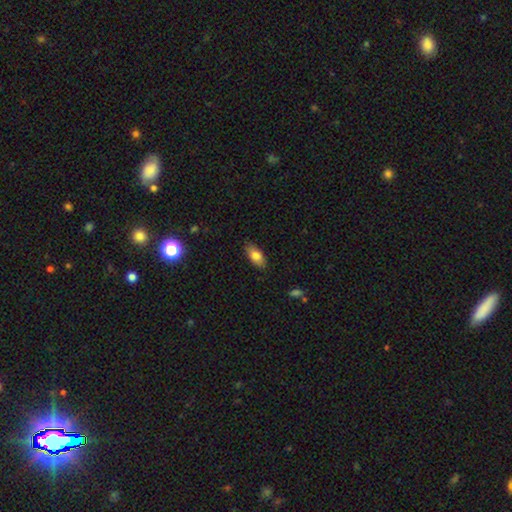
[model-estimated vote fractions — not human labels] This appears to be a smooth galaxy with no disk features (80%) that is in between round and cigar-shaped (88%). Merging: none (86%).